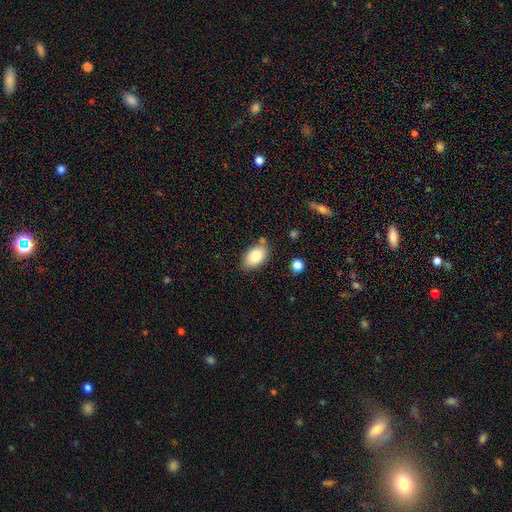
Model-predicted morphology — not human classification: type=smooth (81%); roundness=in between (91%); merging=none (77%).